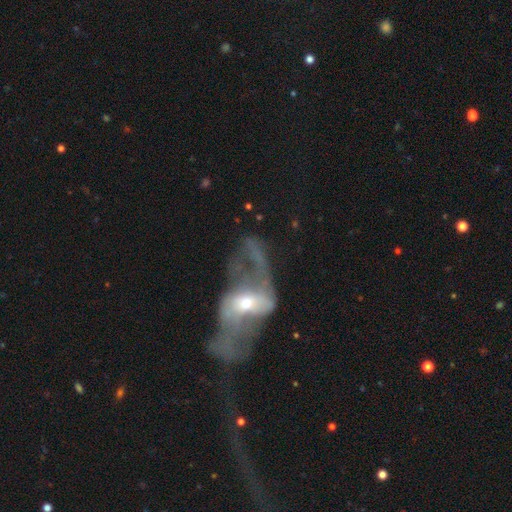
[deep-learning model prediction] Smooth or featured? Predicted: featured or disk (p=0.73). Edge-on disk? Predicted: no (p=0.92). Bar? Predicted: no (p=0.52). Spiral arms? Predicted: yes (p=0.59). Bulge size? Predicted: small (p=0.49). Merging? Predicted: major disturbance (p=0.48).